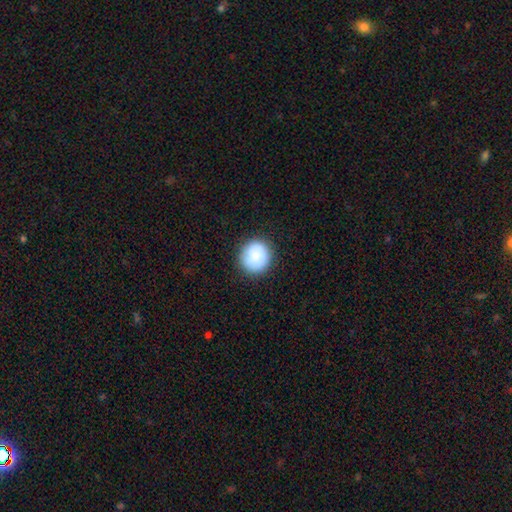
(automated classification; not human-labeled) This appears to be a smooth galaxy with no disk features (87%) that is round (91%). Merging: none (88%).